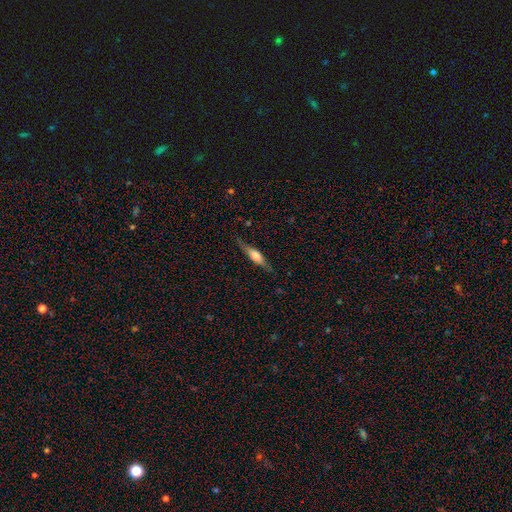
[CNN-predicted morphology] The model was most divided on "smooth or featured": featured or disk: 51%, smooth: 43%, star or artifact: 6%. More confident: edge-on disk — yes (88%); merging — none (77%).